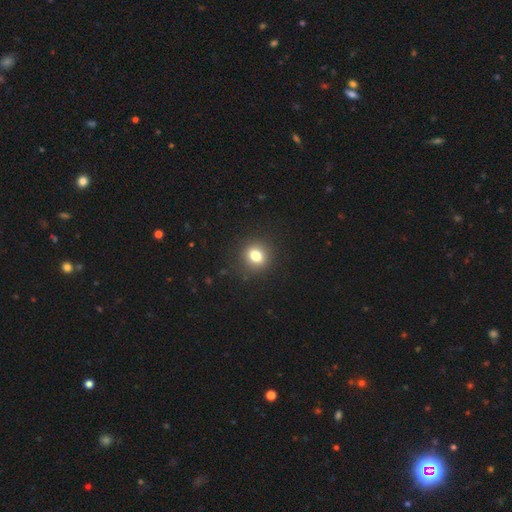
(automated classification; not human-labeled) Q: Smooth or featured?
A: smooth (80%); runner-up: star or artifact (12%)
Q: How rounded?
A: round (72%); runner-up: in between (27%)
Q: Merging?
A: none (89%); runner-up: minor disturbance (7%)